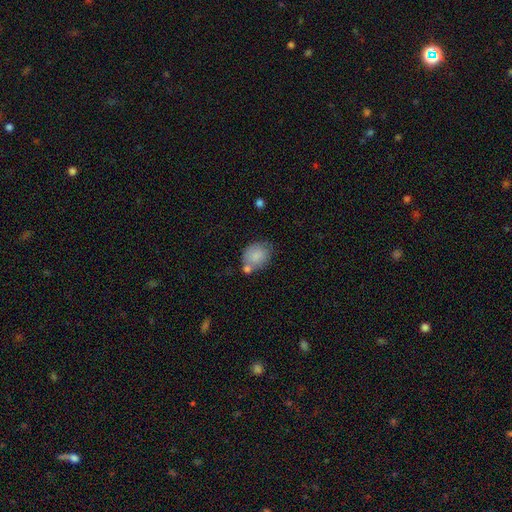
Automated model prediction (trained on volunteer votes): Smooth or featured: smooth — 83% (featured or disk — 10%)
How rounded: in between — 50% (round — 49%)
Merging: none — 48% (merger — 24%)